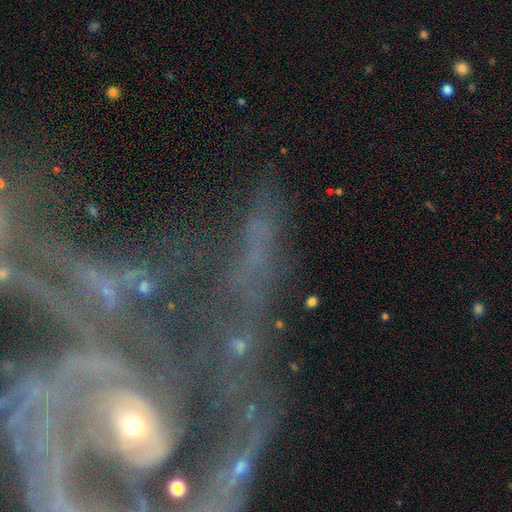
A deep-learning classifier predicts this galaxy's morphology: type=featured or disk (55%); edge-on=no (75%); merging=none (51%).